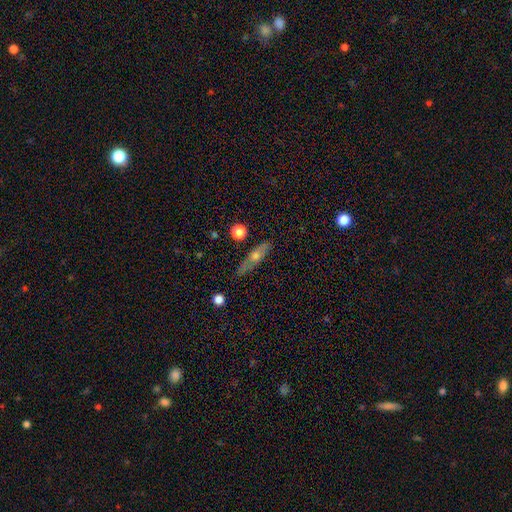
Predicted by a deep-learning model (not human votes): Q: Smooth or featured?
A: featured or disk (48%); runner-up: smooth (43%)
Q: Merging?
A: none (82%); runner-up: minor disturbance (13%)